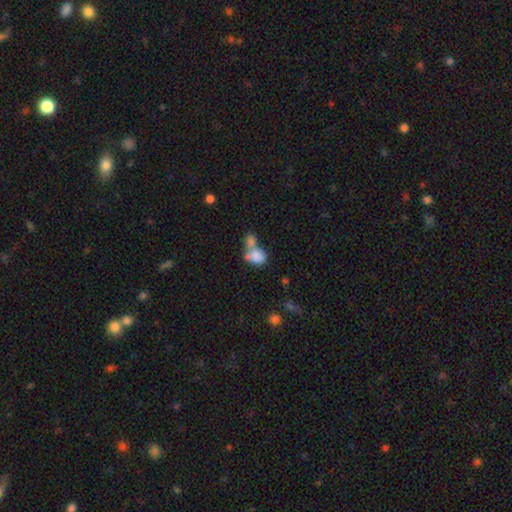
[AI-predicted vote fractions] Overall: smooth (78%). How rounded: in between (64%; round 35%). Merging: merger (65%).